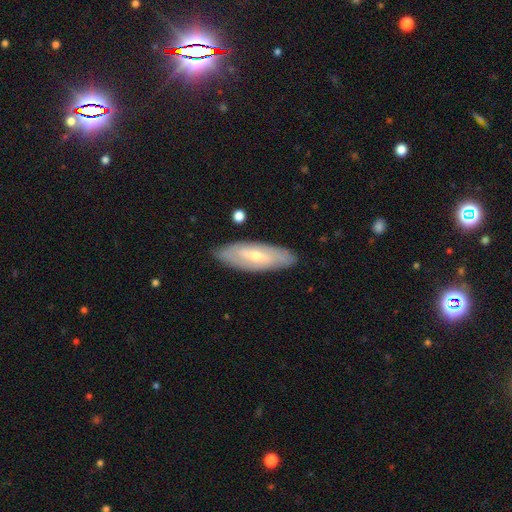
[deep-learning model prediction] smooth_or_featured: featured or disk (p=0.58) [alt: smooth p=0.36]
disk_edge_on: no (p=0.74) [alt: yes p=0.26]
merging: none (p=0.86) [alt: minor disturbance p=0.11]